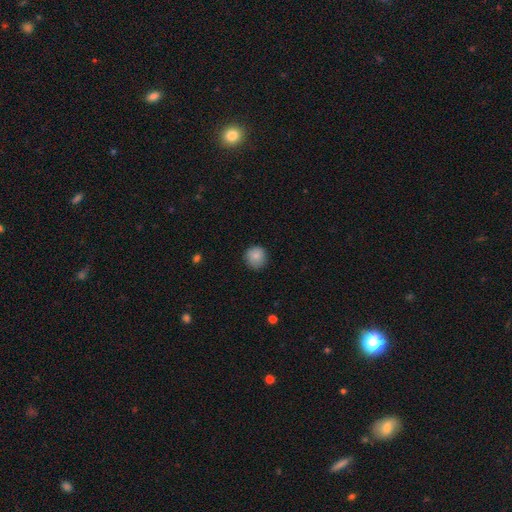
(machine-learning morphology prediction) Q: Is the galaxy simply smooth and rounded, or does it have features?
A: smooth — 86%.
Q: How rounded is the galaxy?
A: round — 92%.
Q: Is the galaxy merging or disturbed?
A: none — 87%.